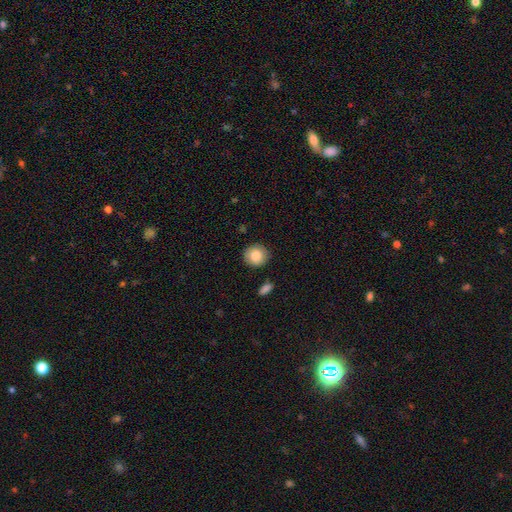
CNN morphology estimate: This is clearly a smooth galaxy (82%). How rounded: clearly round (87%). Merging: clearly none (86%).